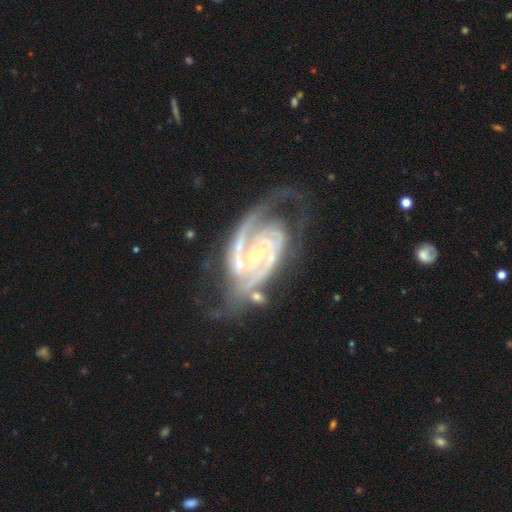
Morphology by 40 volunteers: Smooth or featured: featured or disk — 95% (star or artifact — 5%)
Edge-on disk: no — 97% (yes — 3%)
Bar: no — 46% (weak — 35%)
Spiral arms: yes — 100%
Spiral winding: tight — 51% (medium — 46%)
Spiral arm count: 2 — 84% (3 — 11%)
Bulge size: small — 65% (moderate — 30%)
Merging: none — 53% (minor disturbance — 32%)